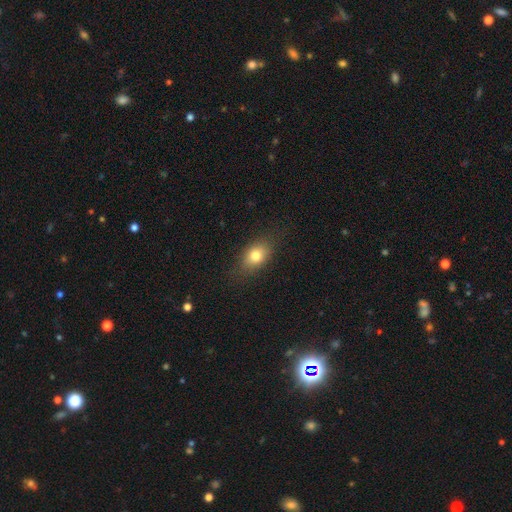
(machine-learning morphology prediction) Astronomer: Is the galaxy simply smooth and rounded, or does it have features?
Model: smooth — 77%.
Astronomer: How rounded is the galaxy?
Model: in between — 74%.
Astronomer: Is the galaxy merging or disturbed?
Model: none — 80%.